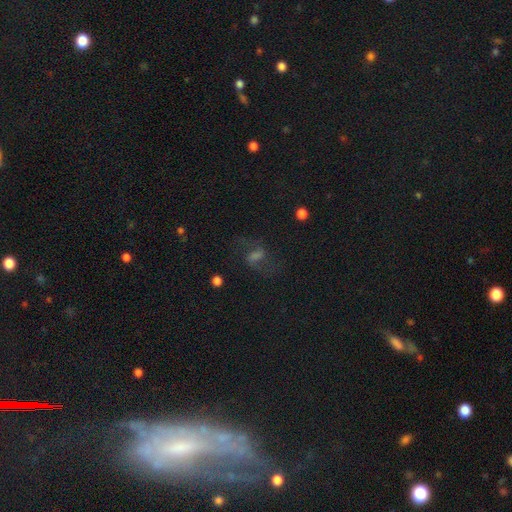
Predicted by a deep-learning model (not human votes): featured or disk 48%, star or artifact 28%, smooth 24%. Down the decision tree: merging — none (68%).